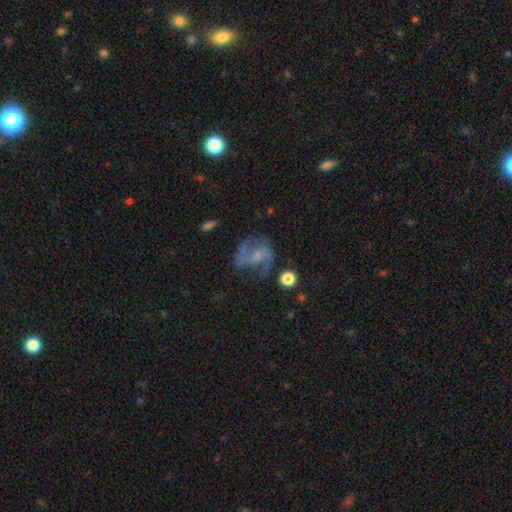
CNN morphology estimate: type=featured or disk (79%); edge-on=no (98%); bar=weak (45%); spiral arms=yes (93%); winding=medium (53%); arm count=2 (85%); bulge=small (43%); merging=none (59%).